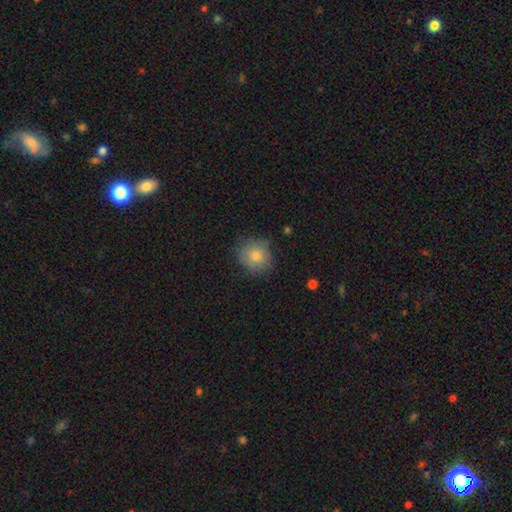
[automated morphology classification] This is likely a smooth galaxy (76%). How rounded: clearly round (83%). Merging: likely none (74%).